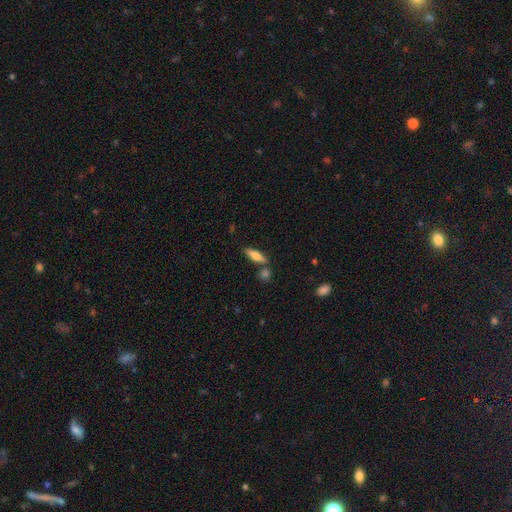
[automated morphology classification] Overall: smooth (64%; featured or disk 29%). How rounded: cigar-shaped (50%; in between 48%). Merging: none (73%).